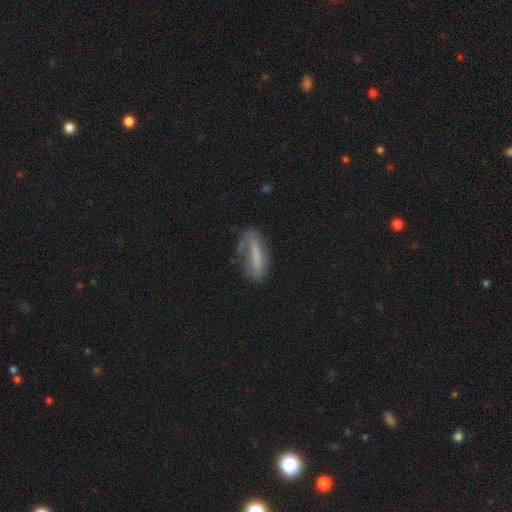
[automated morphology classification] Smooth or featured? smooth (54%)
How rounded? cigar-shaped (65%)
Merging? none (45%)